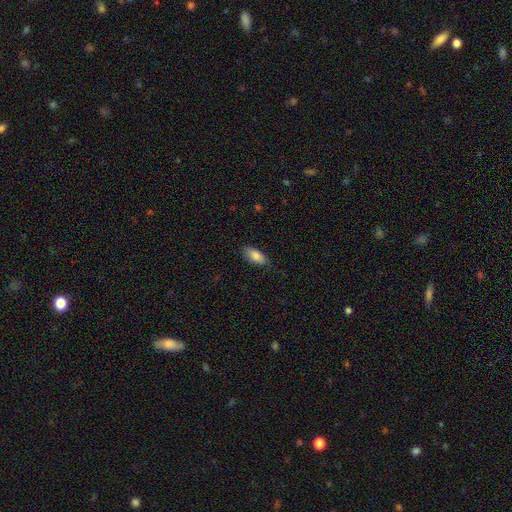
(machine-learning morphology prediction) Smooth or featured? Predicted: smooth (p=0.85). How rounded? Predicted: in between (p=0.89). Merging? Predicted: none (p=0.79).